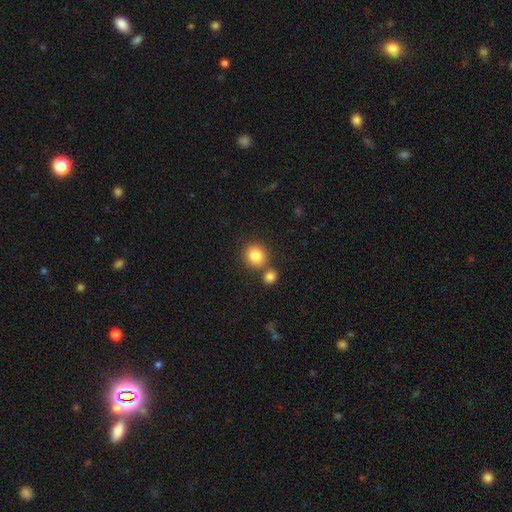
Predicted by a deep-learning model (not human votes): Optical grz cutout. It shows a smooth galaxy with no disk features (83%) that is round (85%). Merging: none (68%).